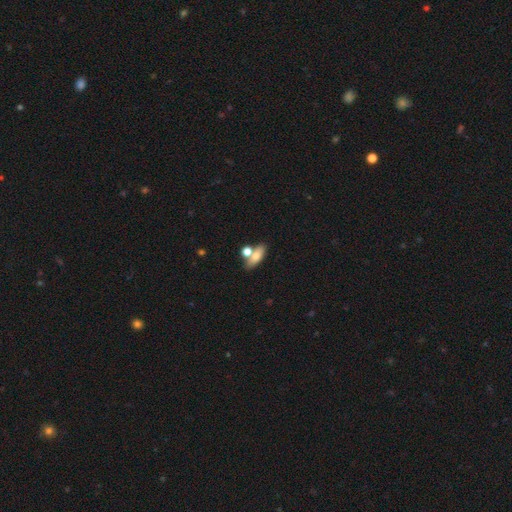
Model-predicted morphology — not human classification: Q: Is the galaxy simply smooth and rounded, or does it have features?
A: smooth — 73%.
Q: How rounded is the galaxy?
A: in between — 69%.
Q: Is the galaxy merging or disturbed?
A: none — 53%.